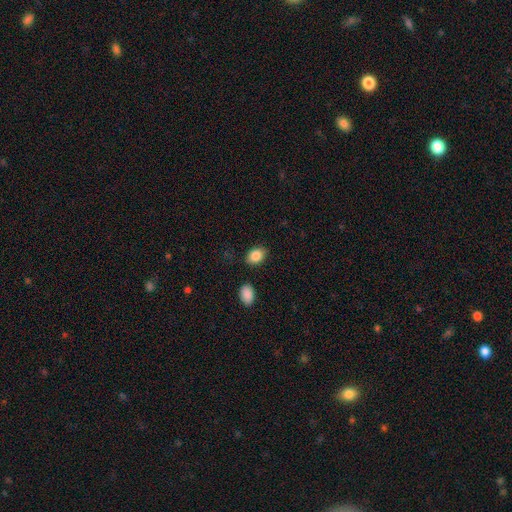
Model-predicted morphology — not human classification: smooth-or-featured: smooth: 87% | star or artifact: 8% | featured or disk: 6%
  how-rounded: in between: 75% | round: 24% | cigar-shaped: 1%
  merging: none: 84% | minor disturbance: 10% | merger: 3% | major disturbance: 3%